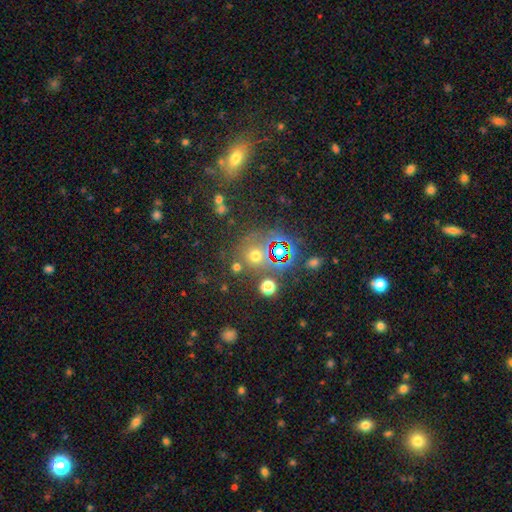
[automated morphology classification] A smooth galaxy with no disk features (54%) that is round (88%). Merging: none (71%).